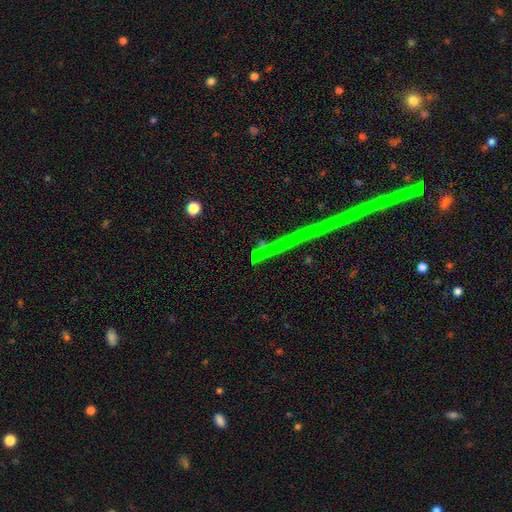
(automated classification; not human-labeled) This appears to be a star or artifact, not a galaxy (71%).